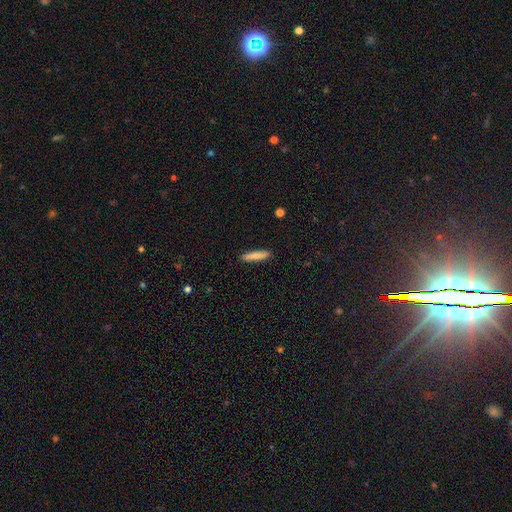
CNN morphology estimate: Q: Smooth or featured?
A: smooth (81%); runner-up: featured or disk (13%)
Q: How rounded?
A: cigar-shaped (89%); runner-up: in between (10%)
Q: Merging?
A: none (91%); runner-up: minor disturbance (7%)